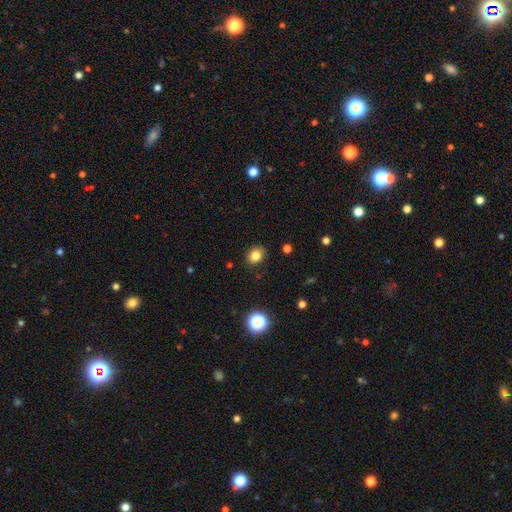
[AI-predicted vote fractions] Q: Smooth or featured?
A: smooth (82%); runner-up: star or artifact (12%)
Q: How rounded?
A: round (56%); runner-up: in between (44%)
Q: Merging?
A: none (87%); runner-up: minor disturbance (10%)